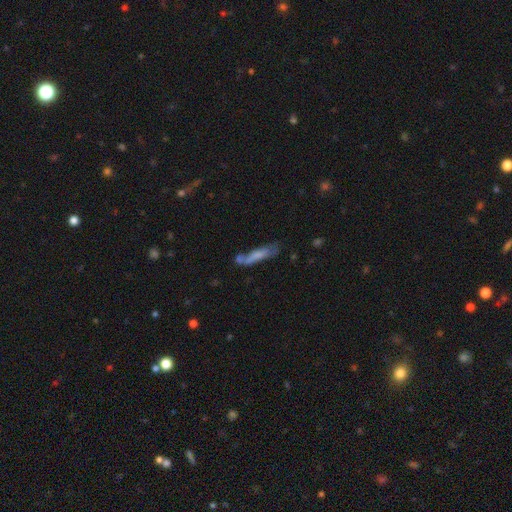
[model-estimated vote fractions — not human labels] This is possibly a smooth galaxy (59%). How rounded: clearly cigar-shaped (81%). Merging: marginally none (44%).